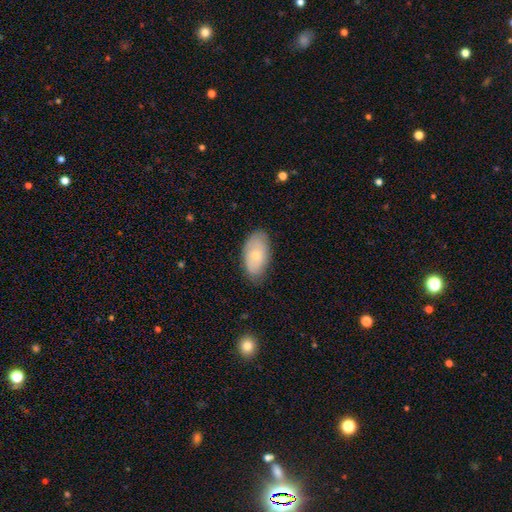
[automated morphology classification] Smooth or featured: smooth — 61% (featured or disk — 32%)
How rounded: in between — 93% (round — 4%)
Merging: none — 75% (minor disturbance — 20%)